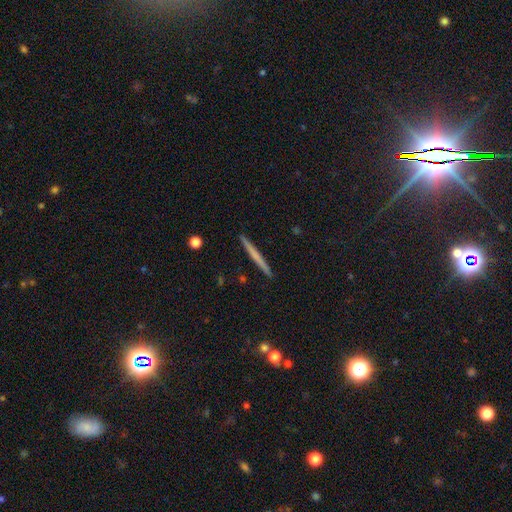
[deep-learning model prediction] This appears to be a smooth galaxy with no disk features (53%) that is cigar-shaped (97%). Merging: none (93%).